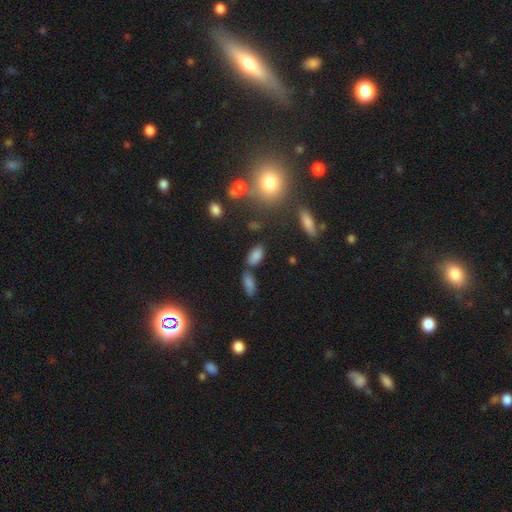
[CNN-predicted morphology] smooth-or-featured: smooth: 80% | star or artifact: 11% | featured or disk: 9%
  how-rounded: in between: 89% | cigar-shaped: 7% | round: 4%
  merging: none: 68% | merger: 15% | minor disturbance: 13% | major disturbance: 4%